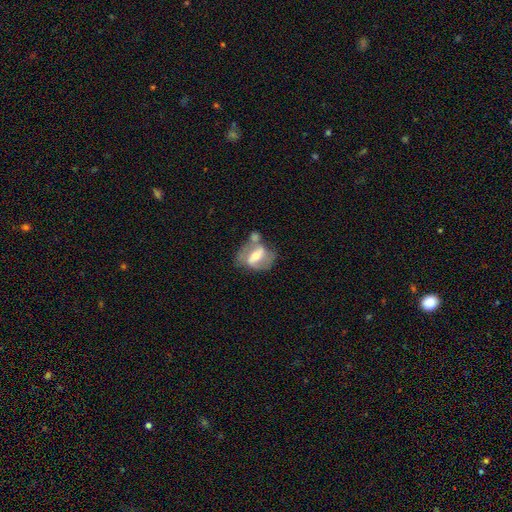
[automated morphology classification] Smooth or featured: featured or disk — 67% (smooth — 26%)
Edge-on disk: no — 93% (yes — 7%)
Bar: strong — 54% (weak — 31%)
Spiral arms: yes — 65% (no — 35%)
Bulge size: moderate — 59% (small — 32%)
Merging: none — 41% (merger — 29%)